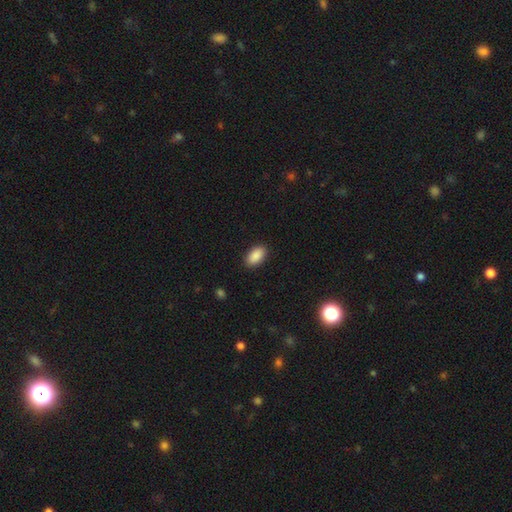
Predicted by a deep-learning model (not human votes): This appears to be a smooth galaxy with no disk features (90%) that is in between round and cigar-shaped (94%). Merging: none (89%).